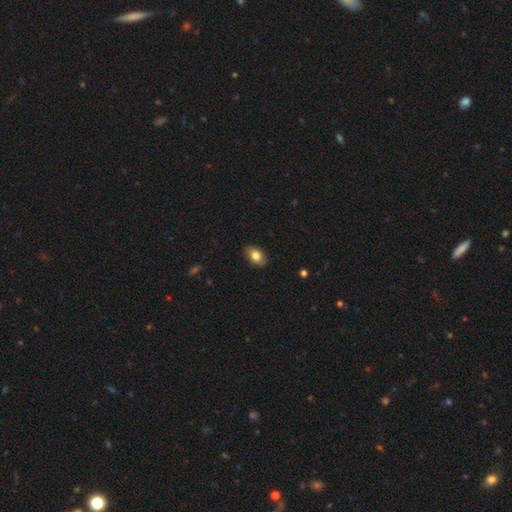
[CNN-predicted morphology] This appears to be a smooth galaxy with no disk features (81%) that is in between round and cigar-shaped (89%). Merging: none (88%).